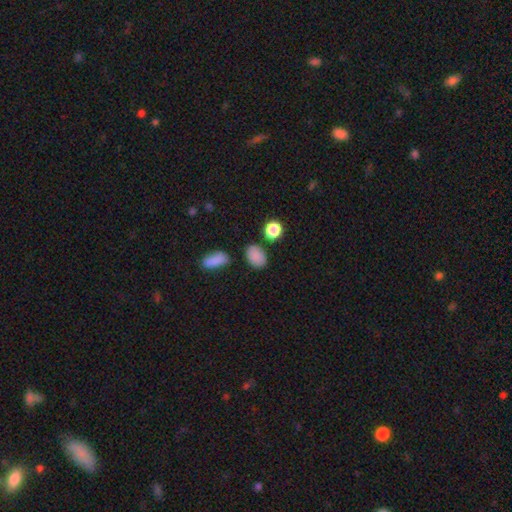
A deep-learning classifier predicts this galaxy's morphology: This appears to be a smooth galaxy with no disk features (86%) that is in between round and cigar-shaped (83%). Merging: none (80%).